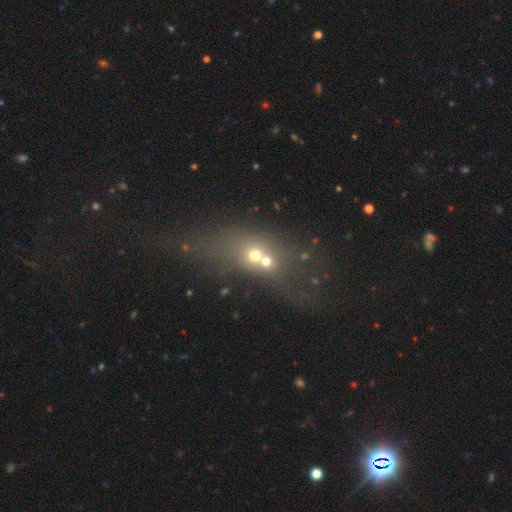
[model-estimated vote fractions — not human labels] Q: Smooth or featured?
A: smooth (46%); runner-up: featured or disk (29%)
Q: Merging?
A: merger (55%); runner-up: none (28%)